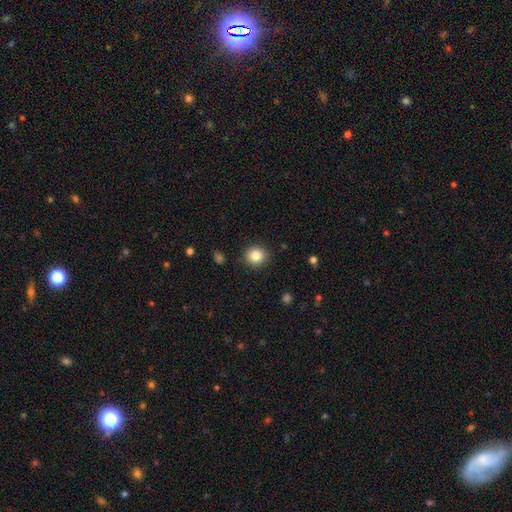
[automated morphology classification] A smooth galaxy with no disk features (84%) that is round (89%). Merging: none (90%).